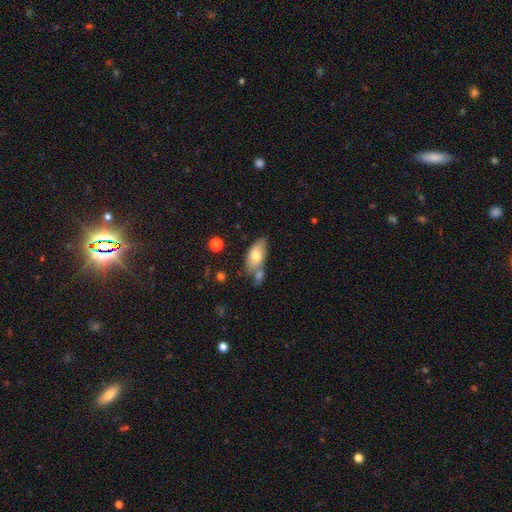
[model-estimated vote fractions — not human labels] Morphology: type=smooth (74%); roundness=in between (89%); merging=none (49%).